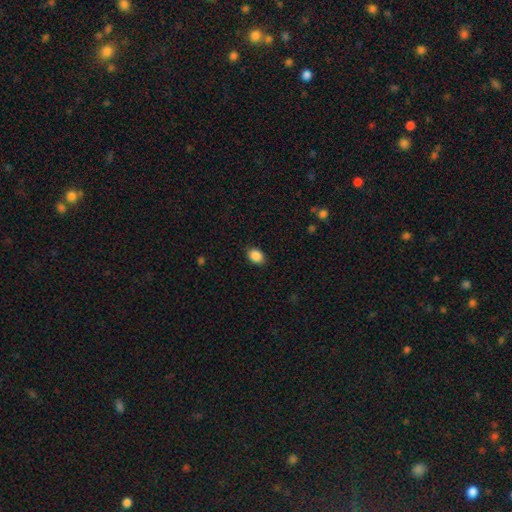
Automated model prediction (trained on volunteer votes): A smooth galaxy with no disk features (89%) that is in between round and cigar-shaped (69%). Merging: none (88%).